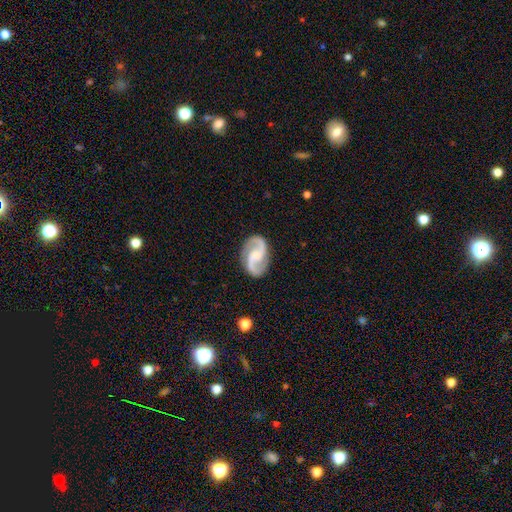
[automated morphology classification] A featured or disk galaxy (92%) with no bar (45%), 2 (95%) medium (51%) spiral arms (98%) and a small central bulge (32%). Merging: none (86%).